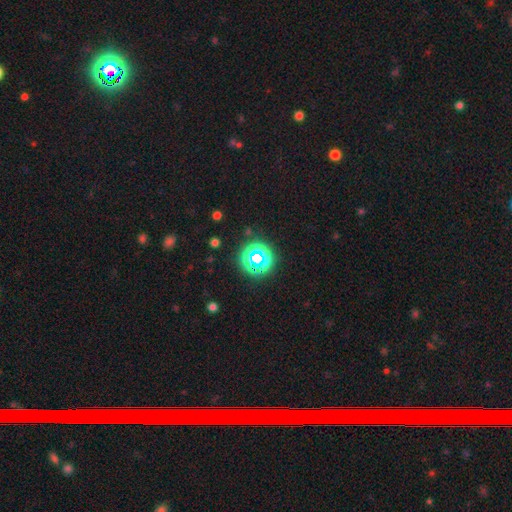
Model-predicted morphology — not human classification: smooth_or_featured: star or artifact (p=0.63) [alt: smooth p=0.25]